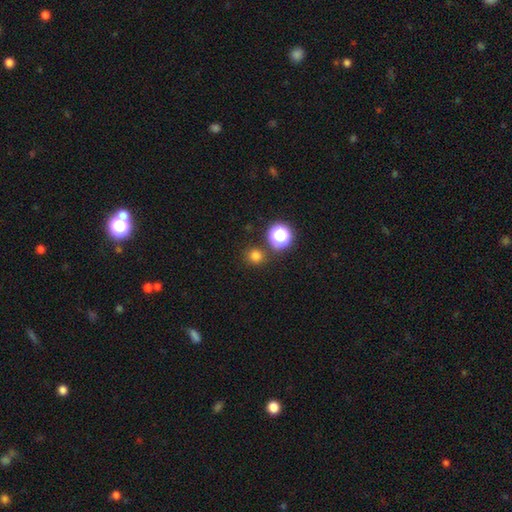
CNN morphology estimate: smooth-or-featured: smooth: 74% | star or artifact: 21% | featured or disk: 5%
  how-rounded: round: 90% | in between: 9% | cigar-shaped: 1%
  merging: none: 82% | minor disturbance: 8% | merger: 7% | major disturbance: 3%